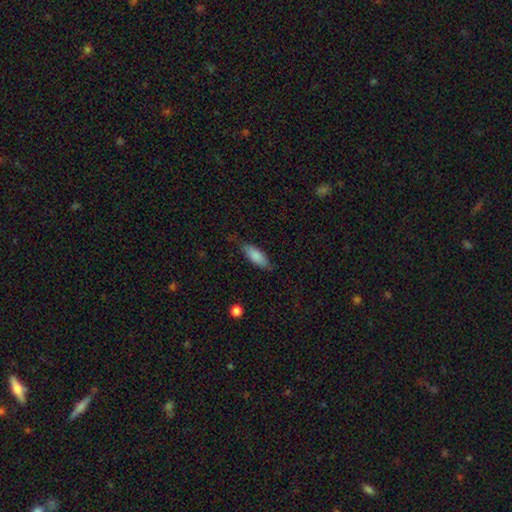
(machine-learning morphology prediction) This is clearly a smooth galaxy (84%). How rounded: likely in between (71%). Merging: likely none (71%).